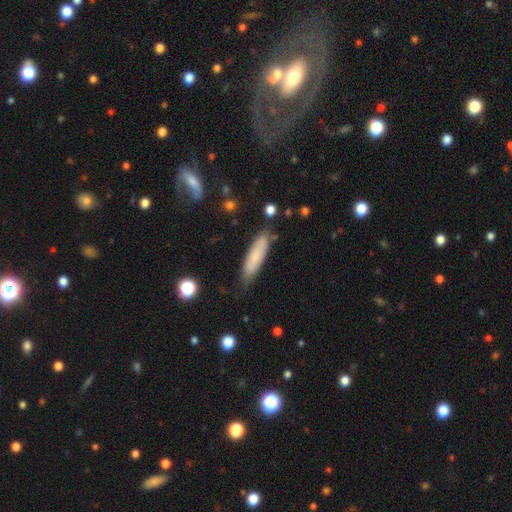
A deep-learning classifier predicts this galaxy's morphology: Smooth or featured?
  - smooth: 72% *
  - featured or disk: 21%
  - star or artifact: 7%
How rounded?
  - cigar-shaped: 71% *
  - in between: 27%
  - round: 2%
Merging?
  - none: 73% *
  - minor disturbance: 20%
  - major disturbance: 4%
  - merger: 3%